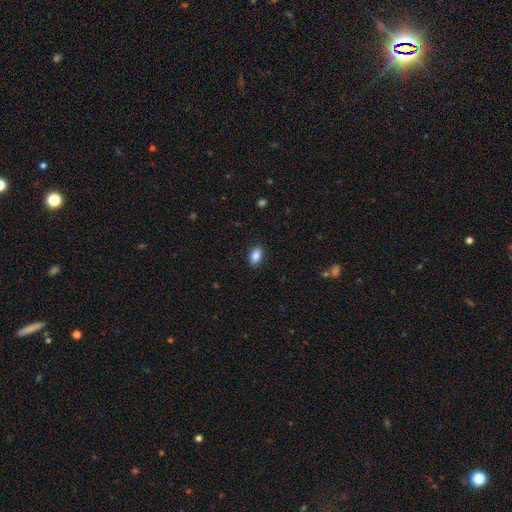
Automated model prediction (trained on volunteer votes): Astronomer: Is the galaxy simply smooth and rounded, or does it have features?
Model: smooth — 87%.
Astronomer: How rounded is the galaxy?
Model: in between — 88%.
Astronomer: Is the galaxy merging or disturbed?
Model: none — 88%.